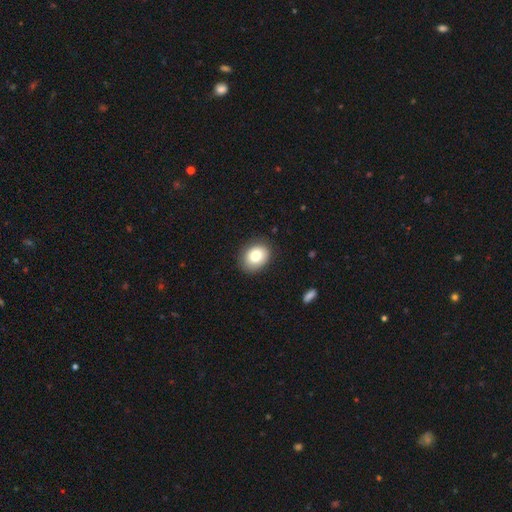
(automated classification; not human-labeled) This is clearly a smooth galaxy (81%). How rounded: possibly in between (54%). Merging: clearly none (85%).